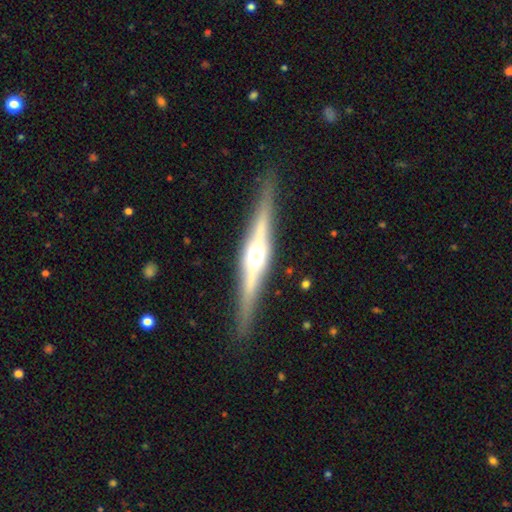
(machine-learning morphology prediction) The model was most divided on "smooth or featured": featured or disk: 82%, smooth: 13%, star or artifact: 5%. More confident: edge-on disk — yes (98%); merging — none (89%); edge-on bulge — rounded (83%).